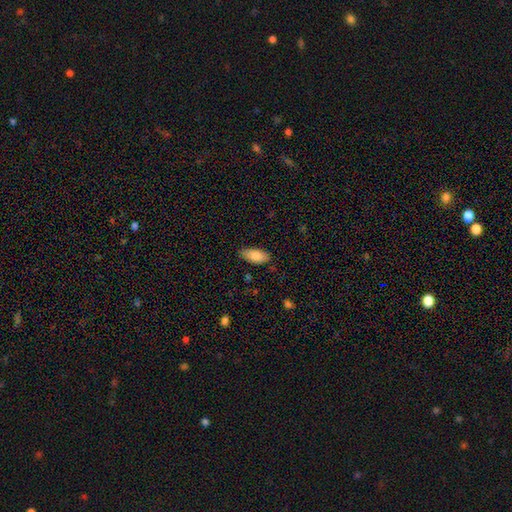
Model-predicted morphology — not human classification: Smooth or featured? Predicted: smooth (p=0.86). How rounded? Predicted: in between (p=0.90). Merging? Predicted: none (p=0.80).